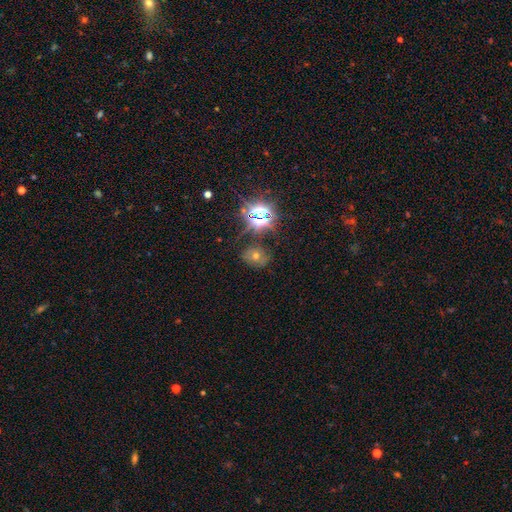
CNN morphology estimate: smooth-or-featured: star or artifact: 47% | smooth: 29% | featured or disk: 23%